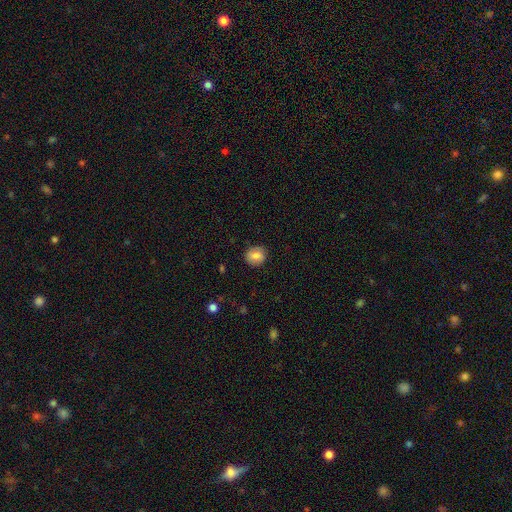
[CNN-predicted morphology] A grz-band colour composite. It shows a smooth galaxy with no disk features (80%) that is round (77%). Merging: none (86%).